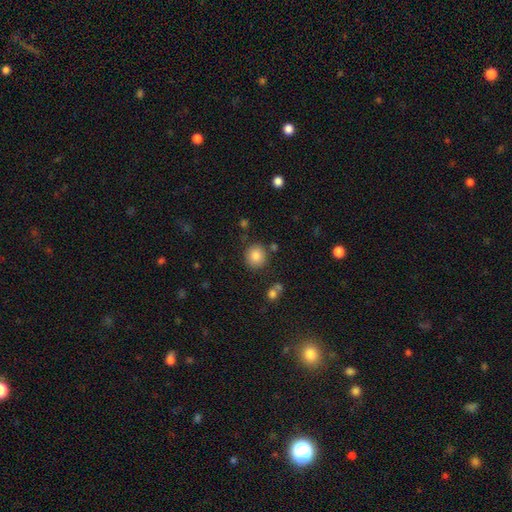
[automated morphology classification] A smooth galaxy with no disk features (83%) that is round (88%). Merging: none (83%).